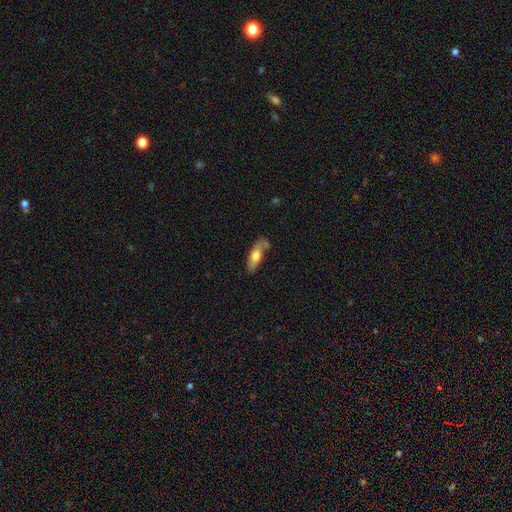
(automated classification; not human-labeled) Smooth or featured? smooth (68%)
How rounded? in between (62%)
Merging? none (61%)